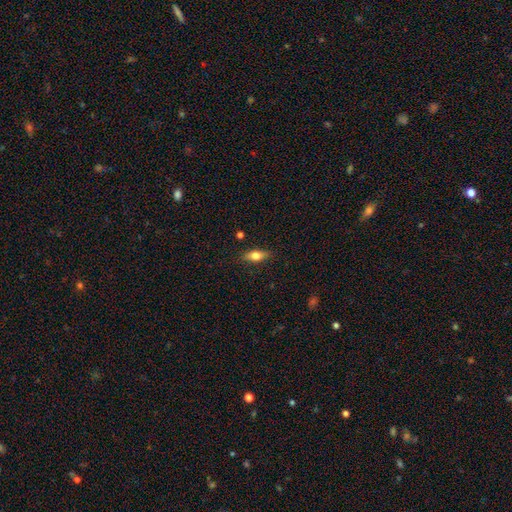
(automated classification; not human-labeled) A smooth galaxy with no disk features (66%) that is in between round and cigar-shaped (72%).

Vote fractions:
- Smooth or featured? smooth: 66% / featured or disk: 27% / star or artifact: 8%
- How rounded? in between: 72% / cigar-shaped: 24% / round: 5%
- Merging? none: 85% / minor disturbance: 11% / major disturbance: 2% / merger: 2%